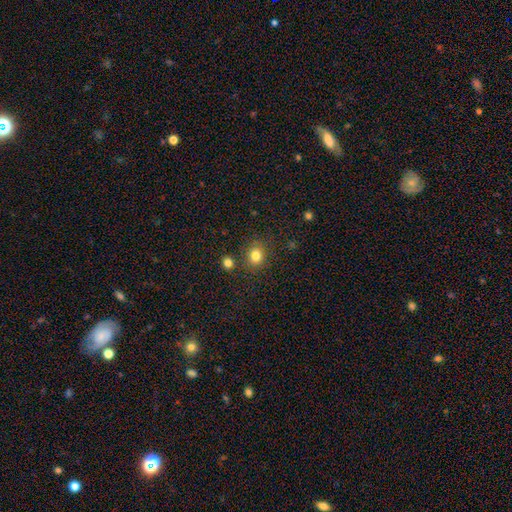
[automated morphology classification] Smooth or featured?
  - smooth: 82% *
  - star or artifact: 12%
  - featured or disk: 6%
How rounded?
  - round: 72% *
  - in between: 27%
  - cigar-shaped: 1%
Merging?
  - none: 81% *
  - minor disturbance: 10%
  - merger: 6%
  - major disturbance: 3%